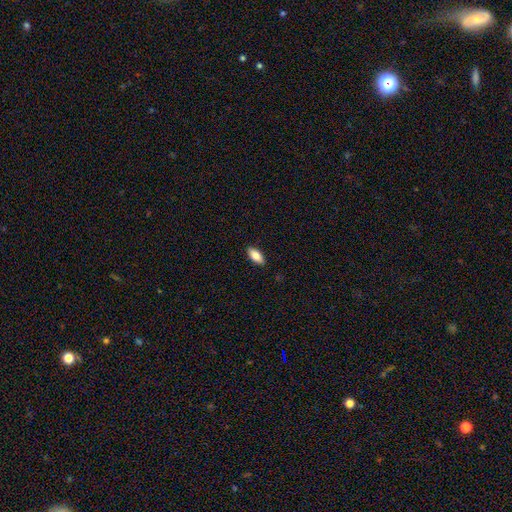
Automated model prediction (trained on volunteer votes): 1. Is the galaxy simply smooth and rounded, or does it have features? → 81% smooth, 12% featured or disk, 7% star or artifact.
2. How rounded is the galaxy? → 89% in between, 9% cigar-shaped, 2% round.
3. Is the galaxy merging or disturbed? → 89% none, 9% minor disturbance, 2% major disturbance, 1% merger.